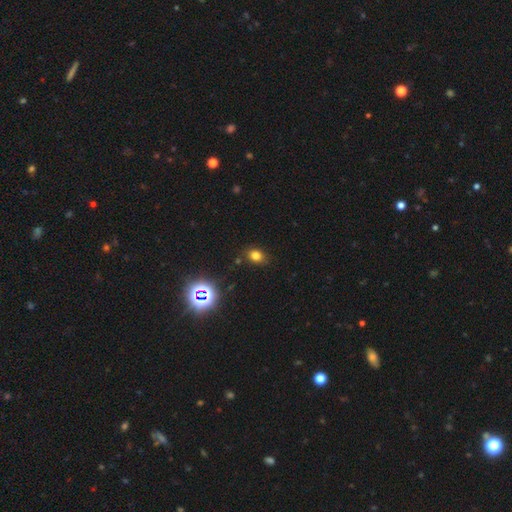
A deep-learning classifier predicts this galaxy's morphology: Smooth or featured? Predicted: smooth (p=0.73). How rounded? Predicted: in between (p=0.57). Merging? Predicted: none (p=0.83).